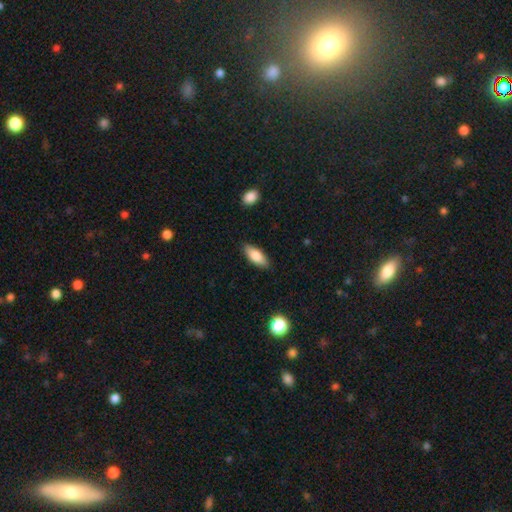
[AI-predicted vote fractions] Morphology: type=smooth (82%); roundness=in between (79%); merging=none (87%).